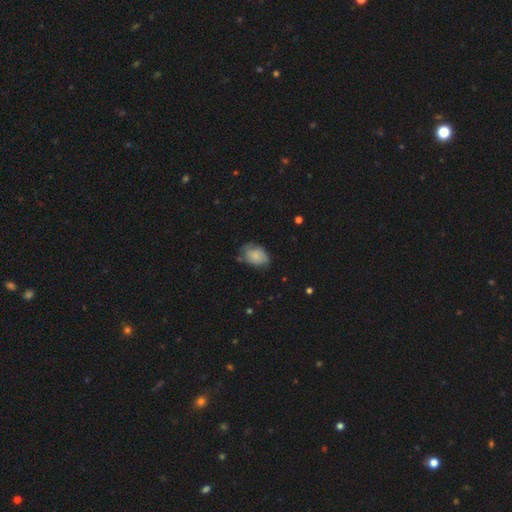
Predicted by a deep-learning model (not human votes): This appears to be a smooth galaxy with no disk features (70%) that is in between round and cigar-shaped (82%). Merging: none (56%).